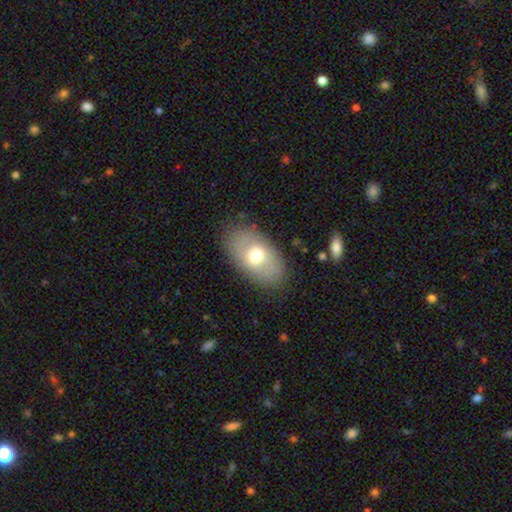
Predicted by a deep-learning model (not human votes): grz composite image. It shows a smooth galaxy with no disk features (63%) that is in between round and cigar-shaped (90%). Merging: none (83%).